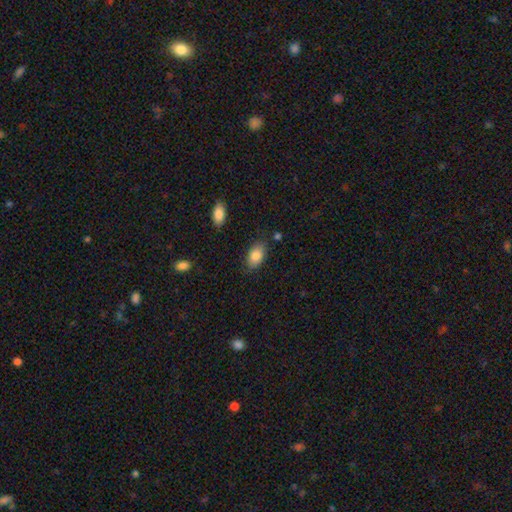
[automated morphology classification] Smooth or featured: smooth — 85% (featured or disk — 8%)
How rounded: in between — 92% (round — 6%)
Merging: none — 81% (minor disturbance — 14%)